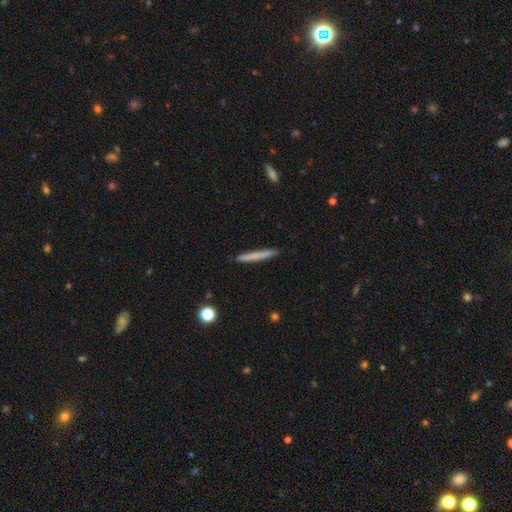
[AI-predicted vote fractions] Smooth or featured?
  - smooth: 71% *
  - featured or disk: 23%
  - star or artifact: 6%
How rounded?
  - cigar-shaped: 97% *
  - in between: 2%
  - round: 1%
Merging?
  - none: 91% *
  - minor disturbance: 6%
  - major disturbance: 1%
  - merger: 1%